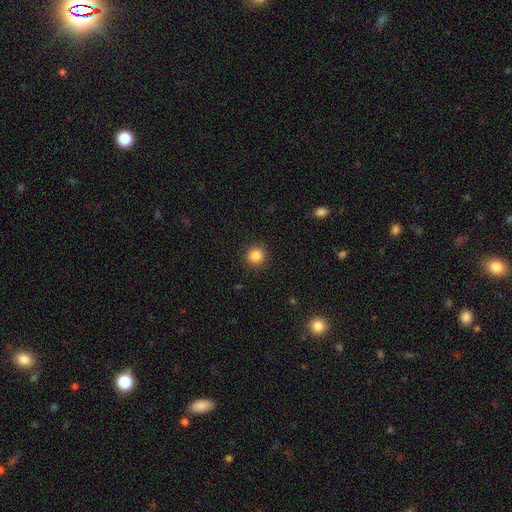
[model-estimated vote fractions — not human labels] Smooth or featured? Predicted: smooth (p=0.86). How rounded? Predicted: round (p=0.94). Merging? Predicted: none (p=0.92).